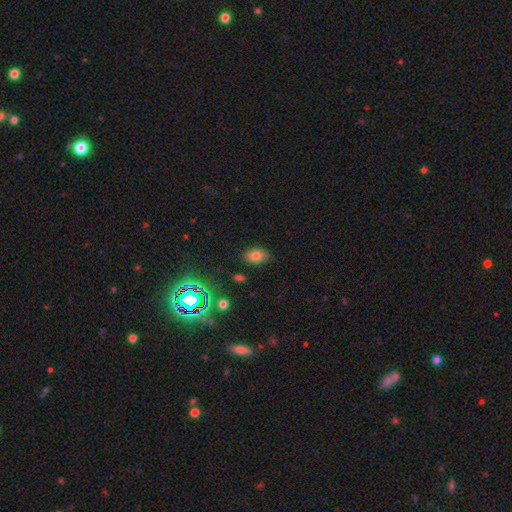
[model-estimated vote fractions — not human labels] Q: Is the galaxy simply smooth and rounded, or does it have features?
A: smooth — 75%.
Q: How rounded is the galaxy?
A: in between — 83%.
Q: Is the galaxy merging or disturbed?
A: none — 81%.